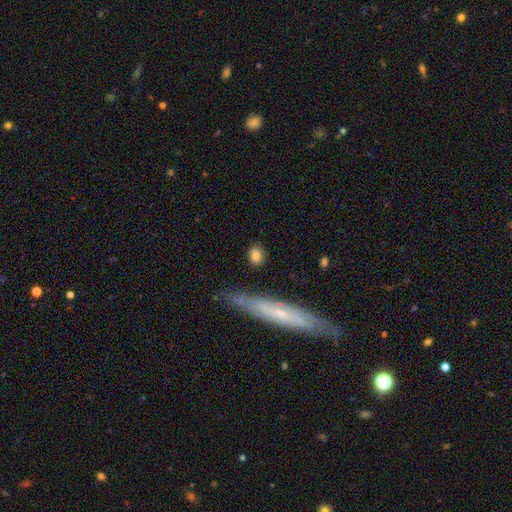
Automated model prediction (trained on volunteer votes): Smooth or featured?
  - smooth: 79% *
  - featured or disk: 13%
  - star or artifact: 8%
How rounded?
  - in between: 49% *
  - round: 44%
  - cigar-shaped: 7%
Merging?
  - none: 80% *
  - minor disturbance: 13%
  - major disturbance: 4%
  - merger: 3%